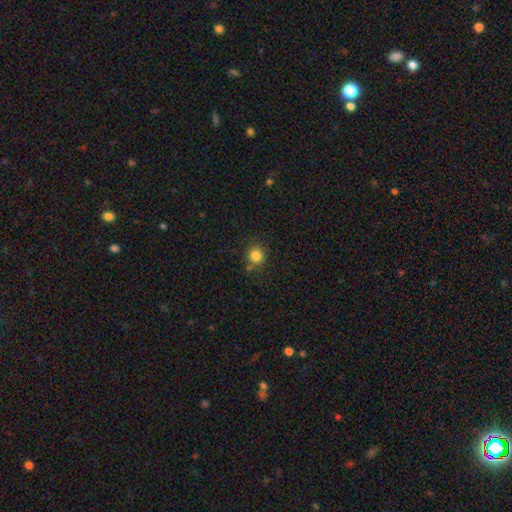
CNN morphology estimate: The model was most divided on "merging": none: 78%, minor disturbance: 10%, merger: 8%, major disturbance: 3%. More confident: how rounded — round (90%); smooth or featured — smooth (83%).